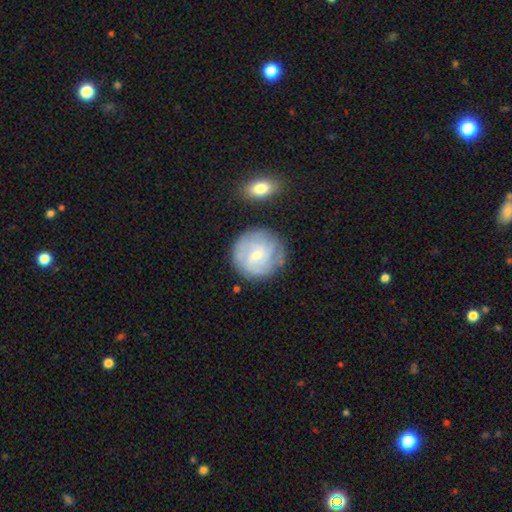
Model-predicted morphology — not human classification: Q: Smooth or featured?
A: featured or disk (65%); runner-up: smooth (28%)
Q: Edge-on disk?
A: no (97%); runner-up: yes (3%)
Q: Bar?
A: no (49%); runner-up: weak (44%)
Q: Spiral arms?
A: yes (87%); runner-up: no (13%)
Q: Spiral winding?
A: tight (60%); runner-up: medium (30%)
Q: Spiral arm count?
A: can't tell (38%); runner-up: 2 (27%)
Q: Bulge size?
A: small (68%); runner-up: moderate (28%)
Q: Merging?
A: none (78%); runner-up: minor disturbance (15%)